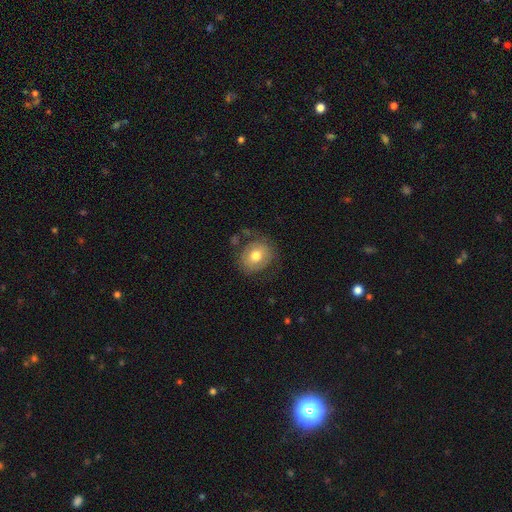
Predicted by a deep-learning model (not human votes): Smooth or featured?
  - smooth: 67% *
  - featured or disk: 25%
  - star or artifact: 8%
How rounded?
  - round: 66% *
  - in between: 33%
  - cigar-shaped: 1%
Merging?
  - none: 69% *
  - minor disturbance: 18%
  - major disturbance: 9%
  - merger: 3%